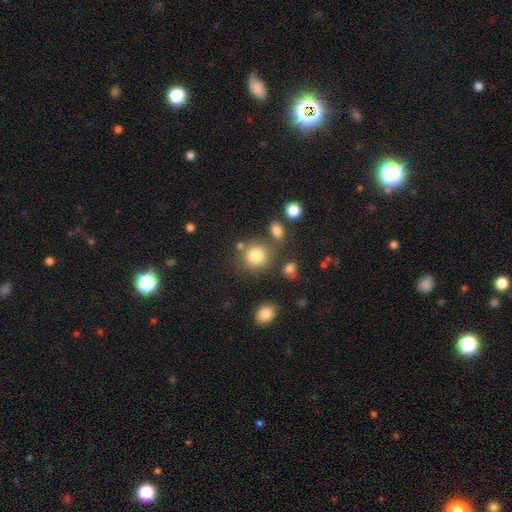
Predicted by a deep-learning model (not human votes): A smooth galaxy with no disk features (81%) that is round (85%). Merging: none (69%).